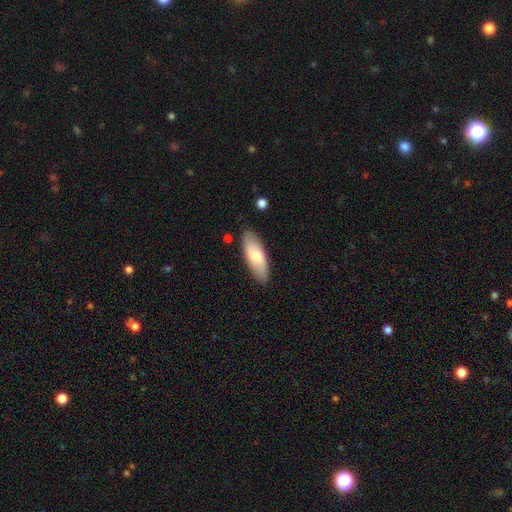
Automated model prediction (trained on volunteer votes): A smooth galaxy with no disk features (75%) that is in between round and cigar-shaped (70%).

Vote fractions:
- Smooth or featured? smooth: 75% / featured or disk: 20% / star or artifact: 5%
- How rounded? in between: 70% / cigar-shaped: 28% / round: 2%
- Merging? none: 86% / minor disturbance: 10% / major disturbance: 2% / merger: 2%